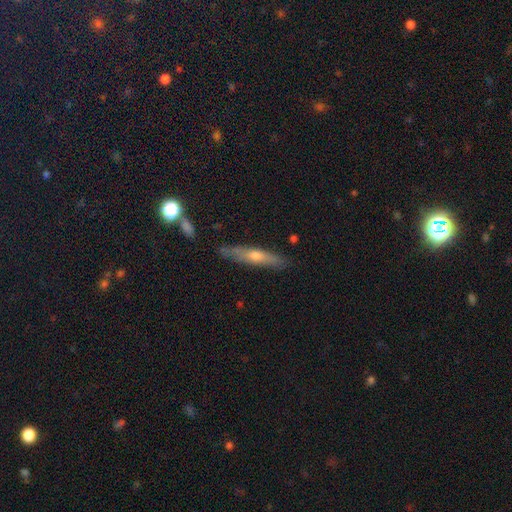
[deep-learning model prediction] Morphology: type=featured or disk (52%); edge-on=yes (87%); merging=none (83%).